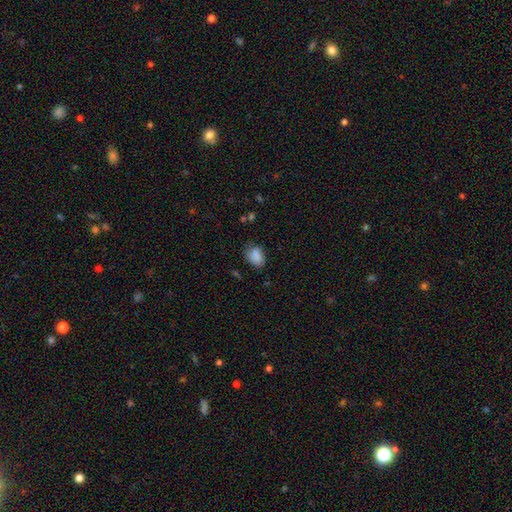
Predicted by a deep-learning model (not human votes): This appears to be a smooth galaxy with no disk features (83%) that is in between round and cigar-shaped (80%). Merging: none (61%).